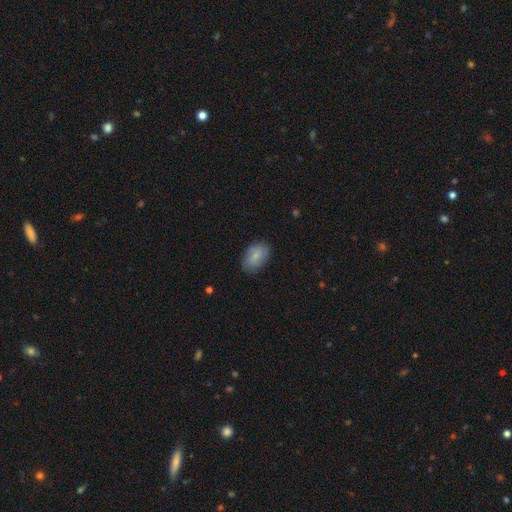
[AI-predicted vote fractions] smooth 71%, featured or disk 22%, star or artifact 7%. Down the decision tree: how rounded — in between (87%); merging — none (79%).